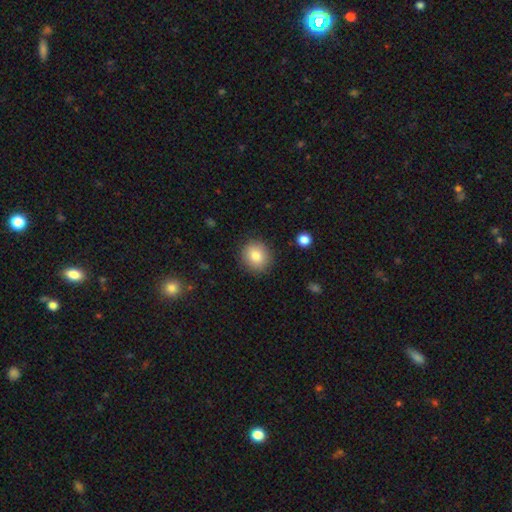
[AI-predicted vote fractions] A smooth galaxy with no disk features (82%) that is round (84%). Merging: none (88%).